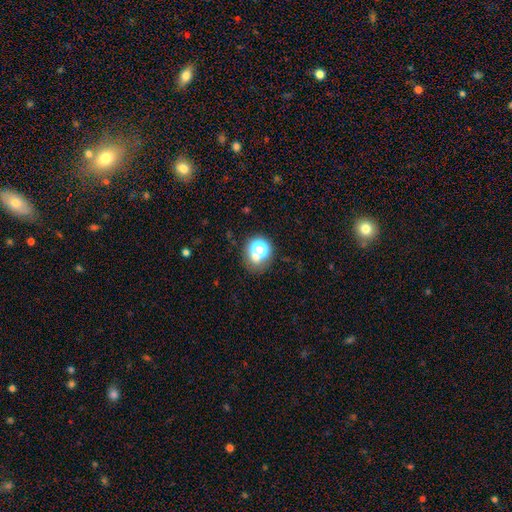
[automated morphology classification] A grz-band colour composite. It shows a smooth galaxy with no disk features (60%) that is round (72%). Merging: none (63%).